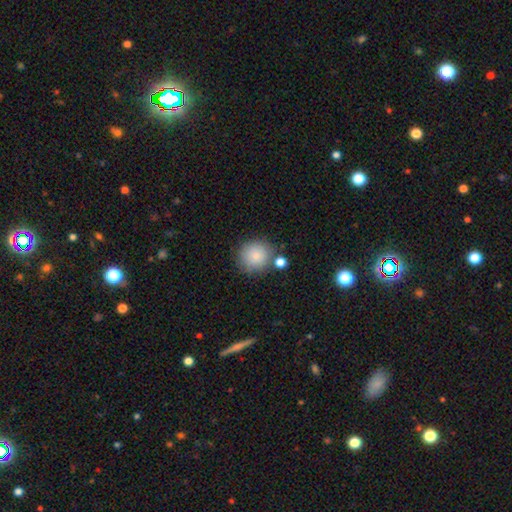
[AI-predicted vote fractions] A smooth galaxy with no disk features (85%) that is round (89%).

Vote fractions:
- Smooth or featured? smooth: 85% / star or artifact: 8% / featured or disk: 6%
- How rounded? round: 89% / in between: 10% / cigar-shaped: 1%
- Merging? none: 72% / minor disturbance: 12% / merger: 12% / major disturbance: 4%